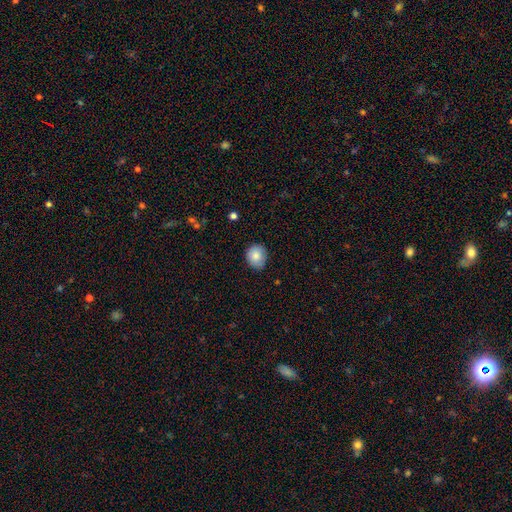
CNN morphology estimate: A smooth galaxy with no disk features (83%) that is round (73%).

Vote fractions:
- Smooth or featured? smooth: 83% / featured or disk: 9% / star or artifact: 8%
- How rounded? round: 73% / in between: 26% / cigar-shaped: 1%
- Merging? none: 81% / minor disturbance: 16% / major disturbance: 2% / merger: 1%